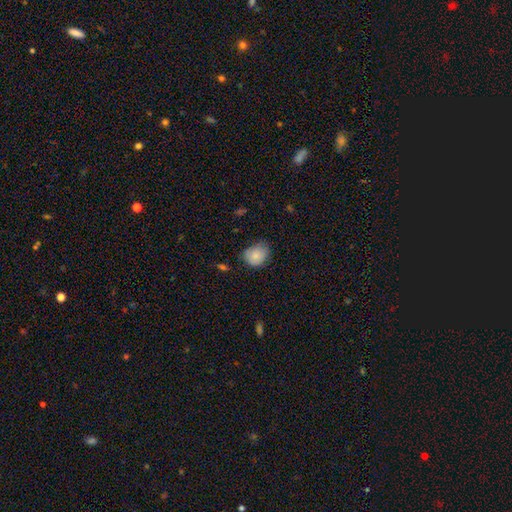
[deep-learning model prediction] A smooth galaxy with no disk features (82%) that is round (54%).

Vote fractions:
- Smooth or featured? smooth: 82% / featured or disk: 10% / star or artifact: 8%
- How rounded? round: 54% / in between: 45% / cigar-shaped: 1%
- Merging? none: 60% / minor disturbance: 32% / major disturbance: 6% / merger: 2%